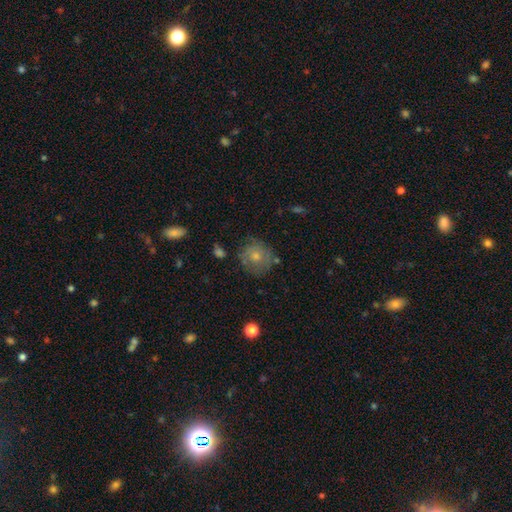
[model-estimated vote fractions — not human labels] This appears to be a smooth galaxy with no disk features (64%) that is round (85%). Merging: none (66%).